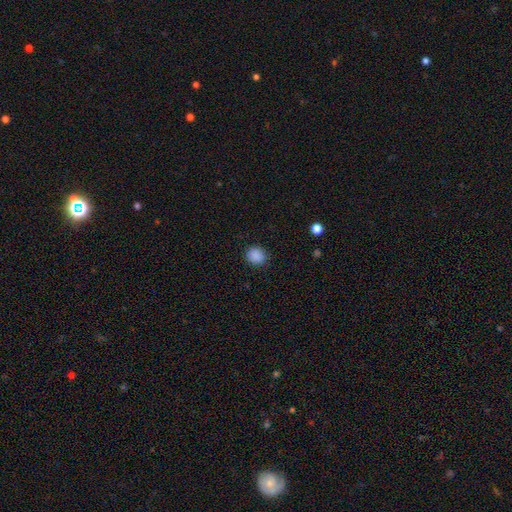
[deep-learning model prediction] A smooth galaxy with no disk features (88%) that is round (80%).

Vote fractions:
- Smooth or featured? smooth: 88% / star or artifact: 9% / featured or disk: 3%
- How rounded? round: 80% / in between: 19% / cigar-shaped: 1%
- Merging? none: 89% / minor disturbance: 7% / major disturbance: 2% / merger: 1%